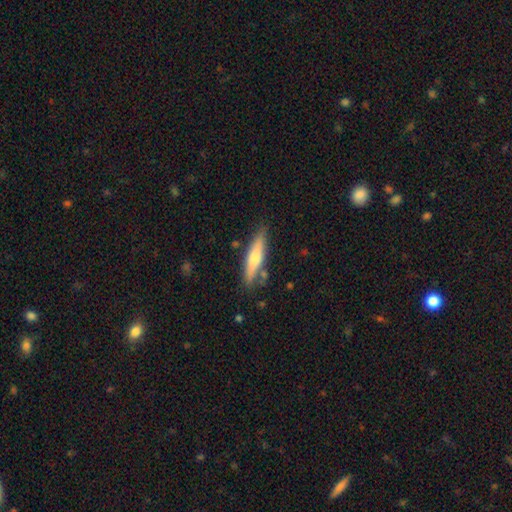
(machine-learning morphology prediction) A smooth galaxy with no disk features (51%) that is cigar-shaped (82%).

Vote fractions:
- Smooth or featured? smooth: 51% / featured or disk: 42% / star or artifact: 6%
- How rounded? cigar-shaped: 82% / in between: 16% / round: 2%
- Merging? none: 81% / minor disturbance: 13% / merger: 4% / major disturbance: 2%